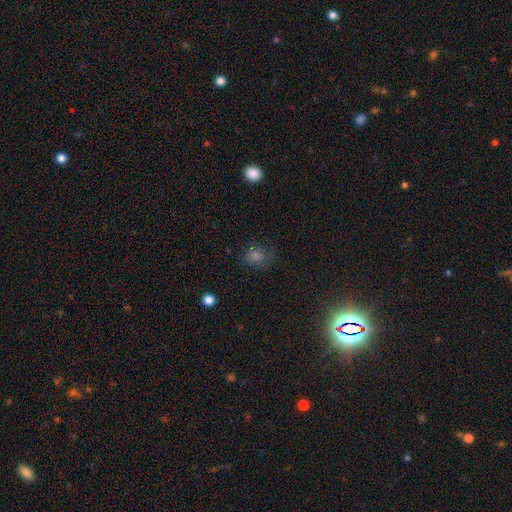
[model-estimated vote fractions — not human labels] A smooth galaxy with no disk features (62%) that is round (69%). Merging: none (70%).